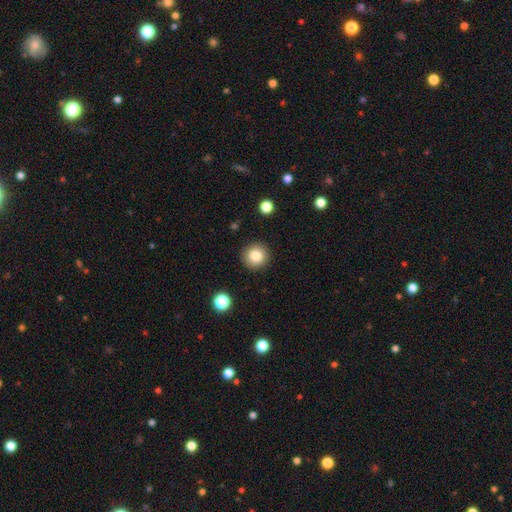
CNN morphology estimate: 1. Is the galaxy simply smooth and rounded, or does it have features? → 84% smooth, 10% star or artifact, 7% featured or disk.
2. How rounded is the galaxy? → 93% round, 6% in between, 1% cigar-shaped.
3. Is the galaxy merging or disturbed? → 91% none, 6% minor disturbance, 2% major disturbance, 1% merger.